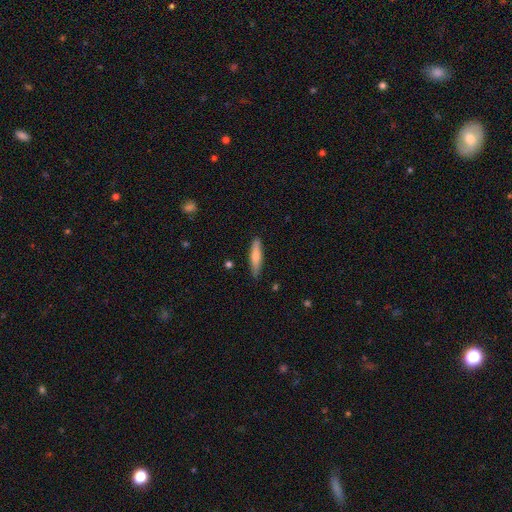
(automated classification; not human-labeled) Morphology: type=smooth (67%); roundness=cigar-shaped (78%); merging=none (86%).